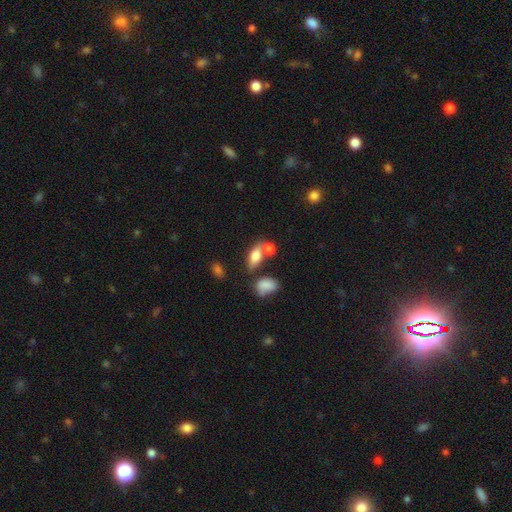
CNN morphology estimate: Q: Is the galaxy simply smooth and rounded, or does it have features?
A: smooth — 75%.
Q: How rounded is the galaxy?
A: in between — 81%.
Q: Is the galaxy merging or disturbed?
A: none — 51%.